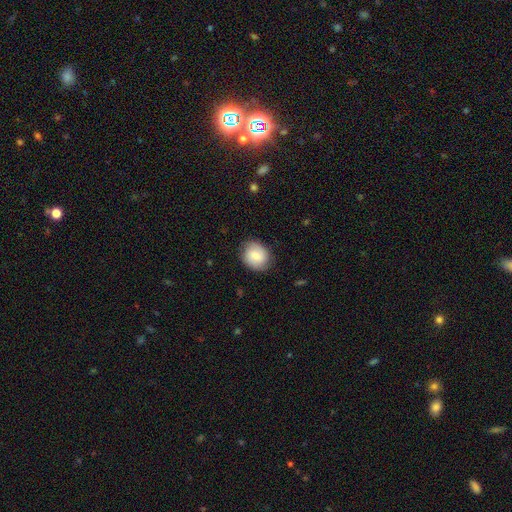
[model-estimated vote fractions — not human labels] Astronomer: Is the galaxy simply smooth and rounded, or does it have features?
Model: smooth — 77%.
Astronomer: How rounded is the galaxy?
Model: round — 64%.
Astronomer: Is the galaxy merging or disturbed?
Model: none — 84%.